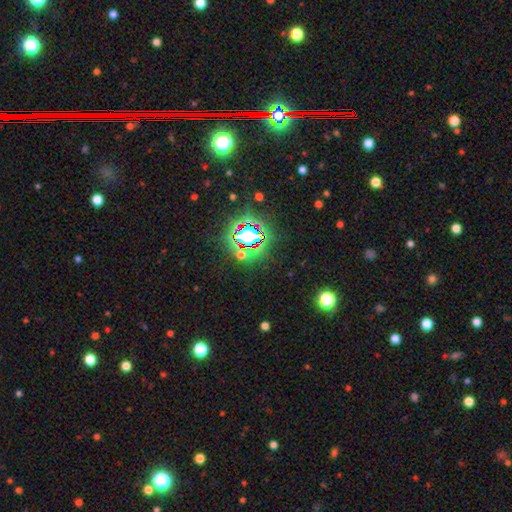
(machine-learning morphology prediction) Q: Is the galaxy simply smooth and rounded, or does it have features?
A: star or artifact — 82%.